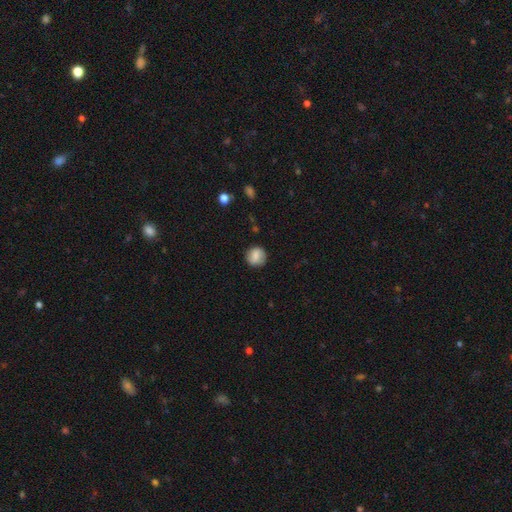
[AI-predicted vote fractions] This is likely a smooth galaxy (77%). How rounded: clearly round (88%). Merging: clearly none (84%).